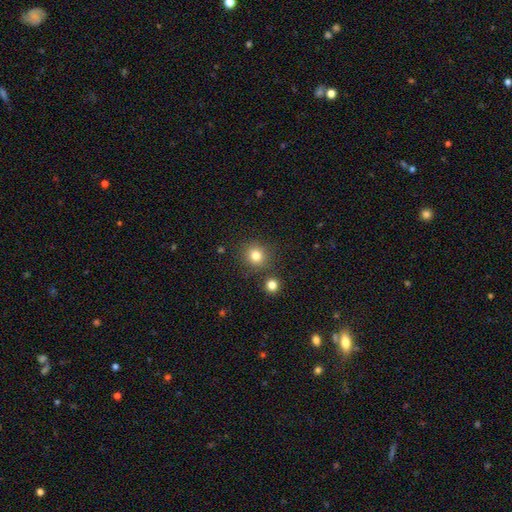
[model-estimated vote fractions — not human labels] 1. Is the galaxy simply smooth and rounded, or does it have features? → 81% smooth, 13% star or artifact, 6% featured or disk.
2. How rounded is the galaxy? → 90% round, 9% in between, 1% cigar-shaped.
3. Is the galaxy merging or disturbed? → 83% none, 8% minor disturbance, 6% merger, 3% major disturbance.